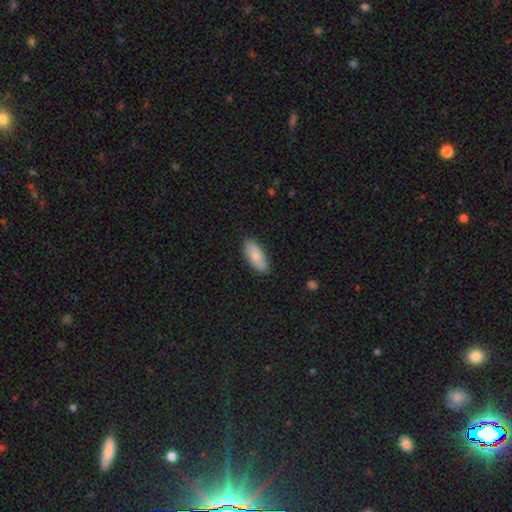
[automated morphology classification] Q: Smooth or featured?
A: smooth (79%); runner-up: featured or disk (15%)
Q: How rounded?
A: in between (84%); runner-up: cigar-shaped (14%)
Q: Merging?
A: none (86%); runner-up: minor disturbance (11%)